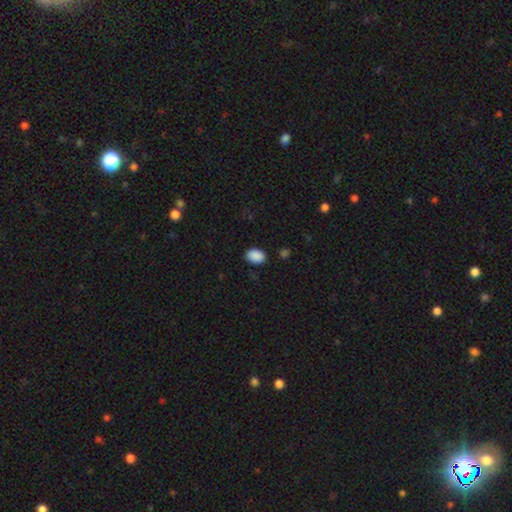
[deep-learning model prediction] Smooth or featured? Predicted: smooth (p=0.90). How rounded? Predicted: in between (p=0.79). Merging? Predicted: none (p=0.86).